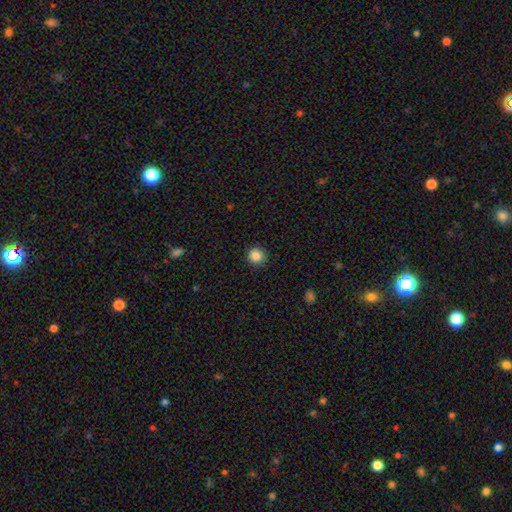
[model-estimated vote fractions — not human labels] Morphology: type=smooth (87%); roundness=round (94%); merging=none (91%).